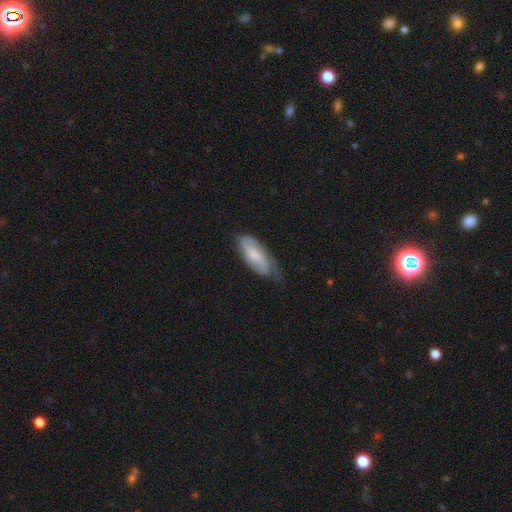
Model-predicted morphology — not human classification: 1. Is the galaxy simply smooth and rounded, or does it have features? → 55% featured or disk, 39% smooth, 6% star or artifact.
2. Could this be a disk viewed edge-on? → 89% no, 11% yes.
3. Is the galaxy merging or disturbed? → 58% none, 31% minor disturbance, 10% major disturbance, 1% merger.